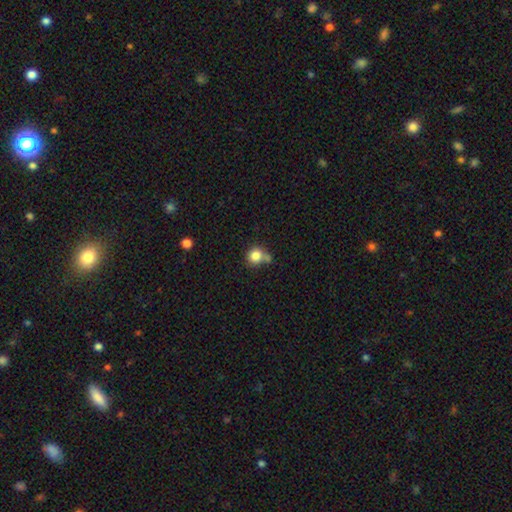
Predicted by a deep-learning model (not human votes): The model was most divided on "merging": none: 53%, merger: 23%, minor disturbance: 18%, major disturbance: 6%. More confident: how rounded — round (86%); smooth or featured — smooth (82%).